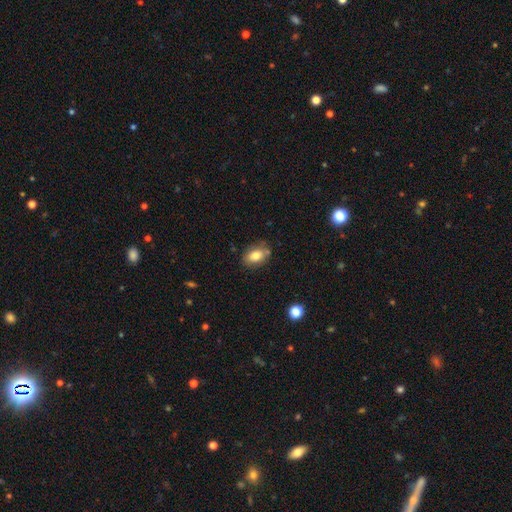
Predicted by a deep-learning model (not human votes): The model was most divided on "merging": none: 74%, minor disturbance: 17%, merger: 5%, major disturbance: 3%. More confident: how rounded — in between (86%); smooth or featured — smooth (78%).